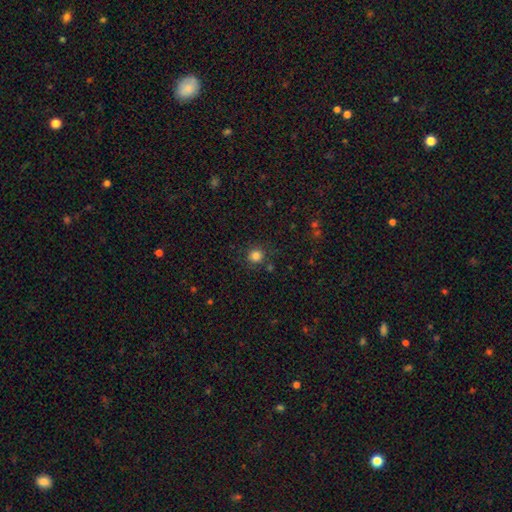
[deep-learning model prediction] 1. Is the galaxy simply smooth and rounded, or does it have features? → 83% smooth, 13% star or artifact, 5% featured or disk.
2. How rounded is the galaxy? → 92% round, 7% in between, 1% cigar-shaped.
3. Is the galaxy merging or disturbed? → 85% none, 8% minor disturbance, 3% major disturbance, 3% merger.